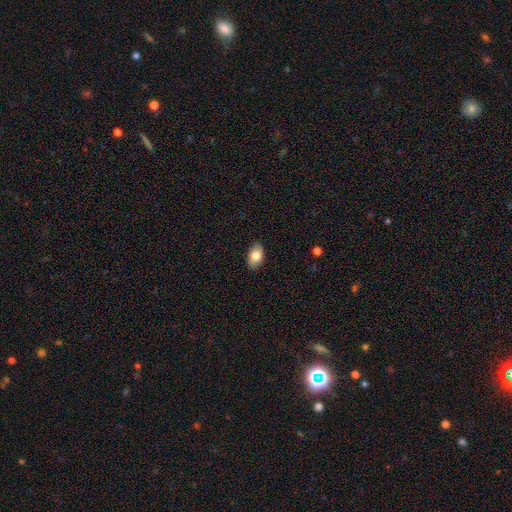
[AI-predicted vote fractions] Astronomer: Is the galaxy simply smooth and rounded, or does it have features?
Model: smooth — 80%.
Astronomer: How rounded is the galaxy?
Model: in between — 90%.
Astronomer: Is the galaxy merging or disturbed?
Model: none — 87%.